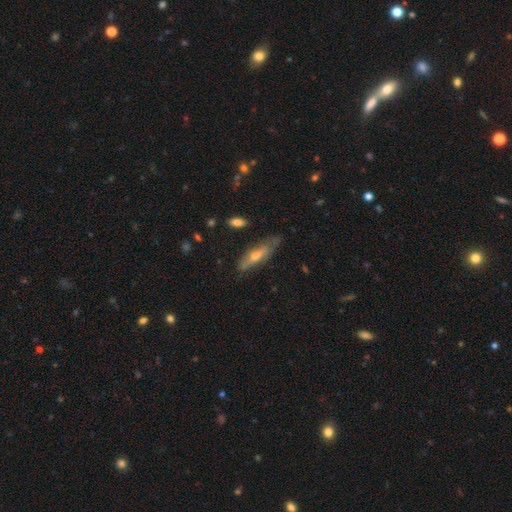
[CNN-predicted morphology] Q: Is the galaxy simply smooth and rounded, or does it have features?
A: featured or disk — 49%.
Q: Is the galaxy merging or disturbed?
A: none — 67%.